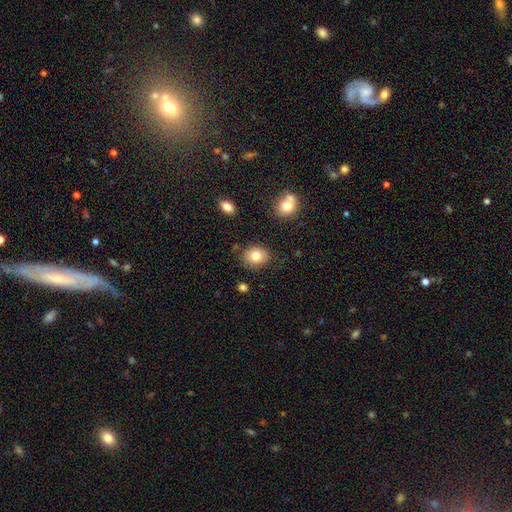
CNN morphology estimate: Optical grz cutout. It shows a smooth galaxy with no disk features (81%) that is round (57%). Merging: none (81%).